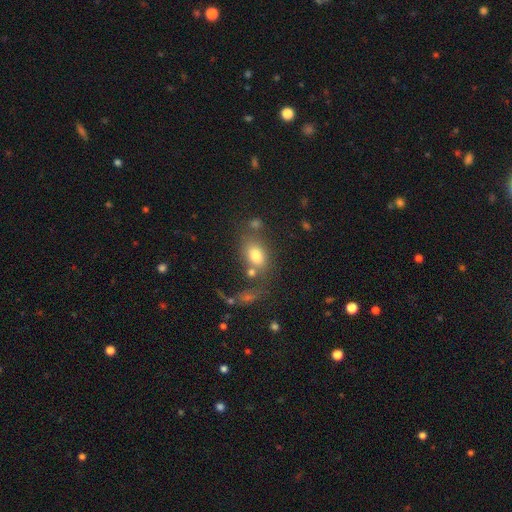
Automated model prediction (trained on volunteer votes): Smooth or featured: smooth — 77% (featured or disk — 13%)
How rounded: in between — 79% (round — 19%)
Merging: none — 54% (merger — 20%)